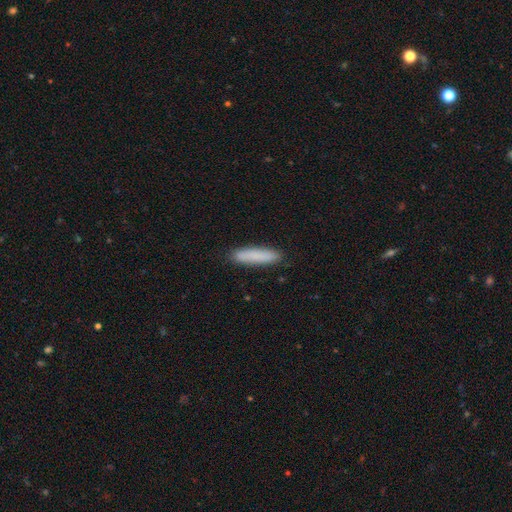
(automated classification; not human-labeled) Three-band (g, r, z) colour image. It shows a smooth galaxy with no disk features (85%) that is cigar-shaped (84%). Merging: none (89%).